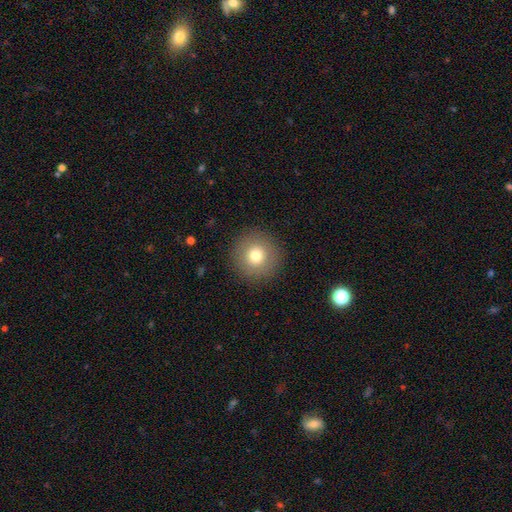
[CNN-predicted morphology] This appears to be a smooth galaxy with no disk features (76%) that is round (96%). Merging: none (90%).